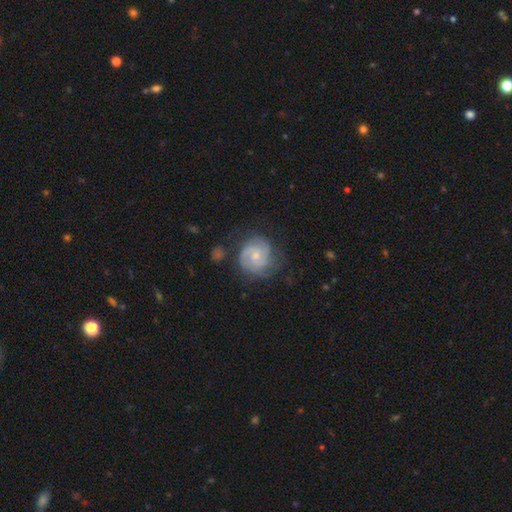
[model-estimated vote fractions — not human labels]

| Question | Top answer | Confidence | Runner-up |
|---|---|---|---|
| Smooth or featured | featured or disk | 78% | smooth (16%) |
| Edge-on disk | no | 98% | yes (2%) |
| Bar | no | 54% | weak (41%) |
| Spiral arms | yes | 95% | no (5%) |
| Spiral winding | tight | 55% | medium (36%) |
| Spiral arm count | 2 | 50% | 3 (20%) |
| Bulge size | small | 63% | moderate (32%) |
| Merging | none | 66% | minor disturbance (21%) |